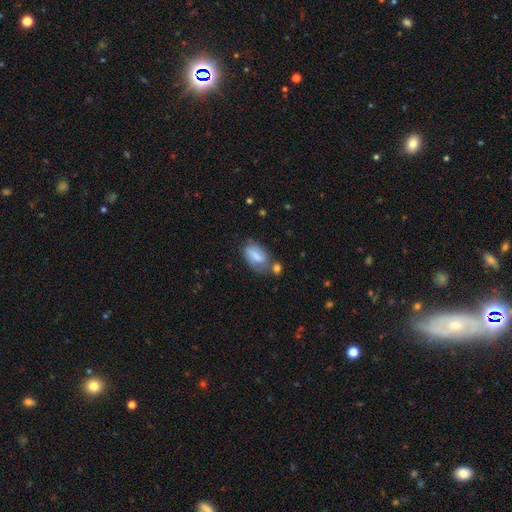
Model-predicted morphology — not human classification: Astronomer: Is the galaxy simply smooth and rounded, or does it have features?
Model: smooth — 69%.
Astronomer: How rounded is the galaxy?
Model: in between — 90%.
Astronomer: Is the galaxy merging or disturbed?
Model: none — 49% (runner-up: minor disturbance, 24%).